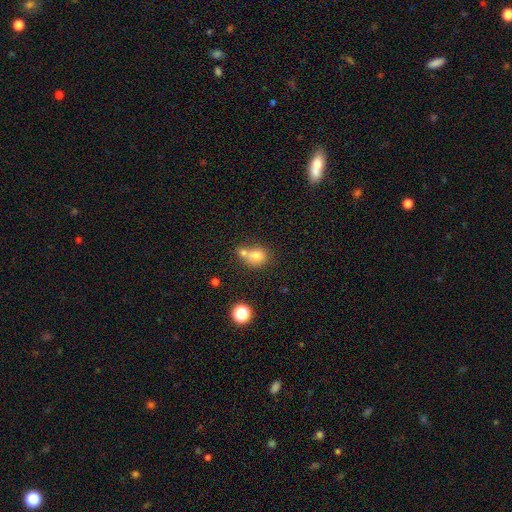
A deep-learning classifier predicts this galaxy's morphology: smooth-or-featured: smooth: 75% | featured or disk: 13% | star or artifact: 12%
  how-rounded: round: 60% | in between: 39% | cigar-shaped: 1%
  merging: merger: 53% | none: 33% | minor disturbance: 10% | major disturbance: 4%